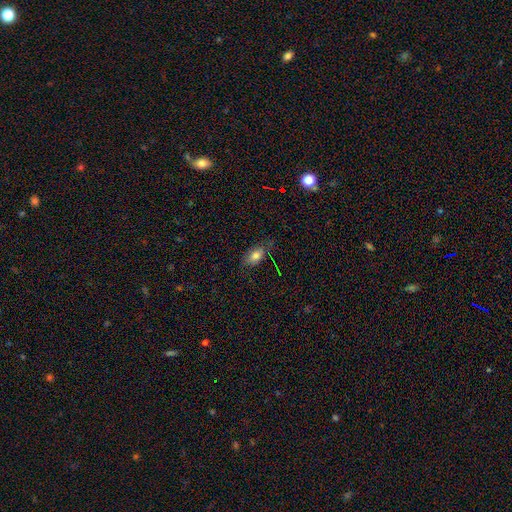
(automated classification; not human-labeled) Overall: smooth (77%). How rounded: in between (87%). Merging: none (69%).